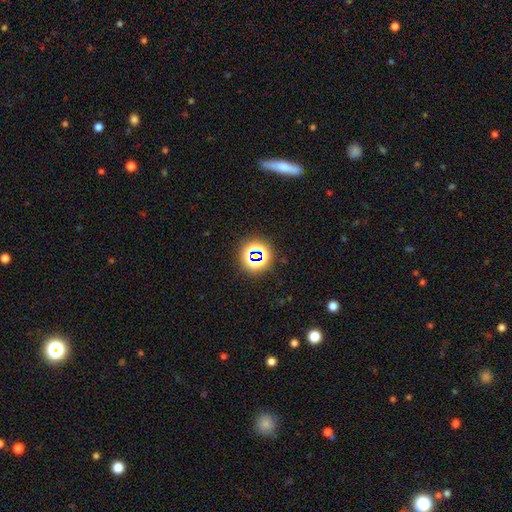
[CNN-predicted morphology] Smooth or featured? Predicted: star or artifact (p=0.68).